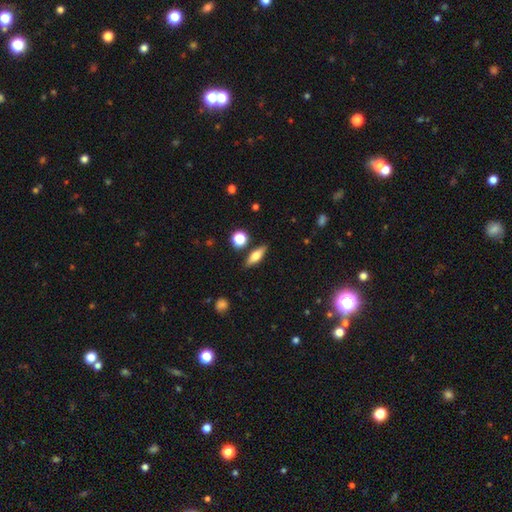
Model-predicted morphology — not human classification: The model was most divided on "how rounded": in between: 52%, cigar-shaped: 42%, round: 6%. More confident: merging — none (83%); smooth or featured — smooth (56%).